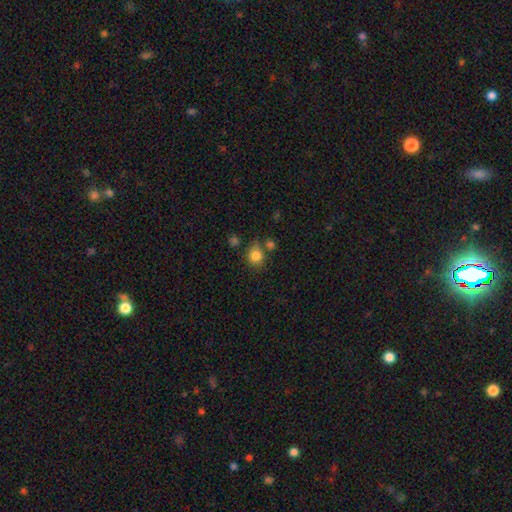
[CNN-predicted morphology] smooth_or_featured: smooth (p=0.82) [alt: star or artifact p=0.11]
how_rounded: round (p=0.80) [alt: in between p=0.19]
merging: none (p=0.66) [alt: minor disturbance p=0.16]